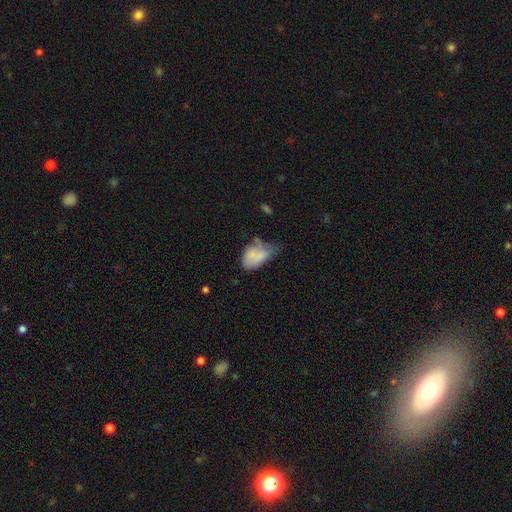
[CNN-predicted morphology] Smooth or featured? smooth (75%)
How rounded? in between (90%)
Merging? minor disturbance (40%)